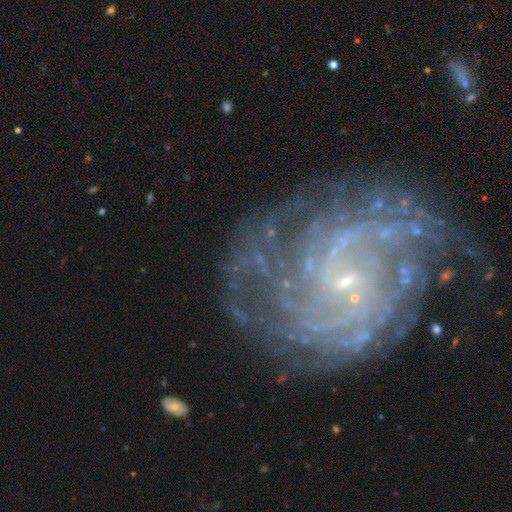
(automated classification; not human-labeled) A featured or disk galaxy (86%) with no bar (49%), tight (62%) spiral arms (96%) and a small central bulge (80%).

Vote fractions:
- Smooth or featured? featured or disk: 86% / star or artifact: 9% / smooth: 5%
- Edge-on disk? no: 98% / yes: 2%
- Bar? no: 49% / weak: 38% / strong: 13%
- Spiral arms? yes: 96% / no: 4%
- Spiral winding? tight: 62% / medium: 30% / loose: 8%
- Spiral arm count? can't tell: 28% / 4: 18% / more than 4: 16% / 2: 15% / 3: 15% / 1: 8%
- Bulge size? small: 80% / none: 11% / moderate: 7% / large: 1% / dominant: 1%
- Merging? none: 71% / minor disturbance: 16% / major disturbance: 11% / merger: 2%